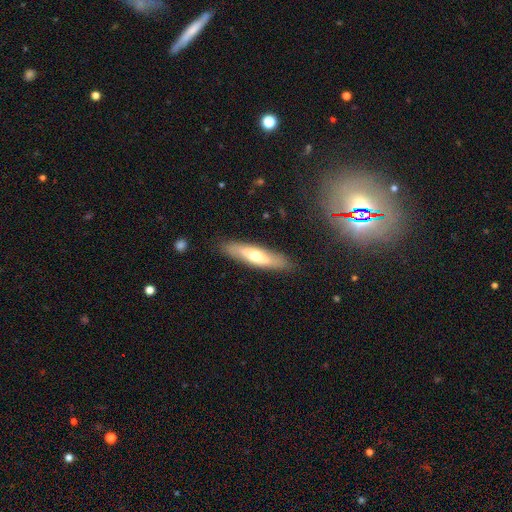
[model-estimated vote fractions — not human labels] Morphology: type=smooth (53%); roundness=cigar-shaped (72%); merging=none (87%).